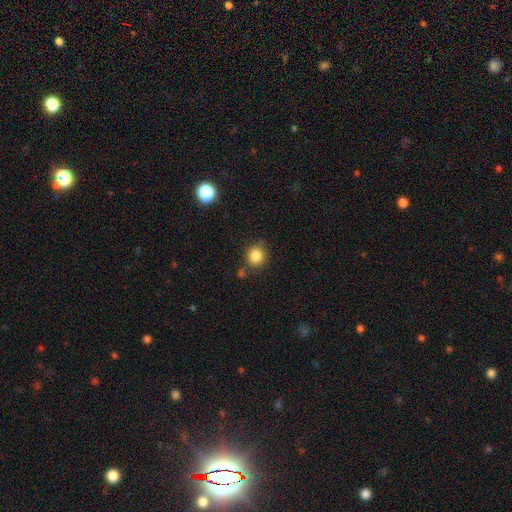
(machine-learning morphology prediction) A smooth galaxy with no disk features (85%) that is round (82%).

Vote fractions:
- Smooth or featured? smooth: 85% / star or artifact: 10% / featured or disk: 5%
- How rounded? round: 82% / in between: 17% / cigar-shaped: 1%
- Merging? none: 77% / minor disturbance: 13% / merger: 6% / major disturbance: 4%